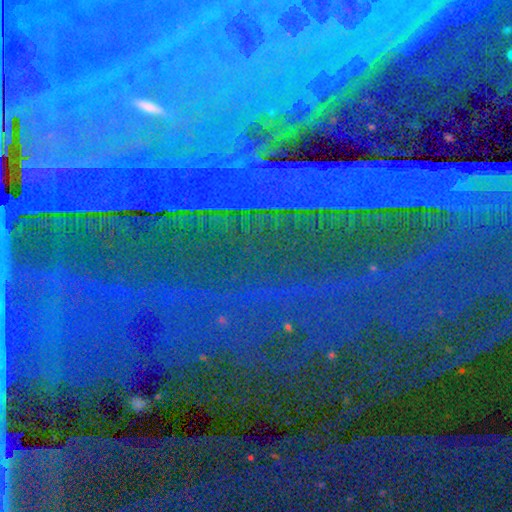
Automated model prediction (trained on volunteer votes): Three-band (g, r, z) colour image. It shows a star or artifact, not a galaxy (84%).